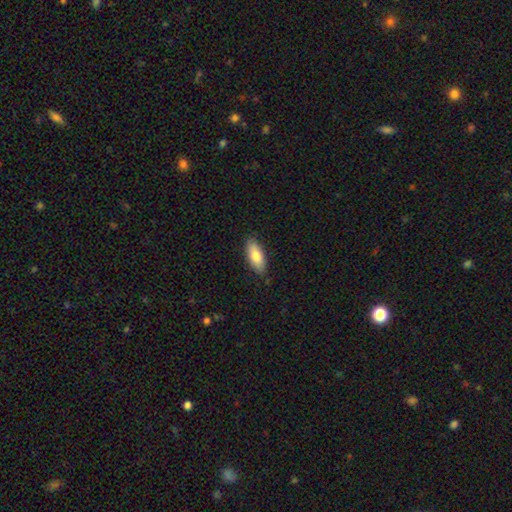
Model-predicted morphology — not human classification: The model was most divided on "smooth or featured": smooth: 80%, featured or disk: 14%, star or artifact: 6%. More confident: merging — none (86%); how rounded — in between (82%).